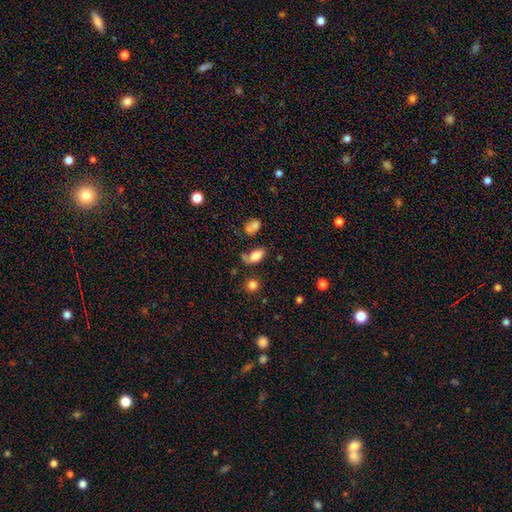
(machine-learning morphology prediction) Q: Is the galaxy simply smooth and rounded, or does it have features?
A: smooth — 78%.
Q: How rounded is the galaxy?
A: in between — 88%.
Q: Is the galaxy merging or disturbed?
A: none — 49%.